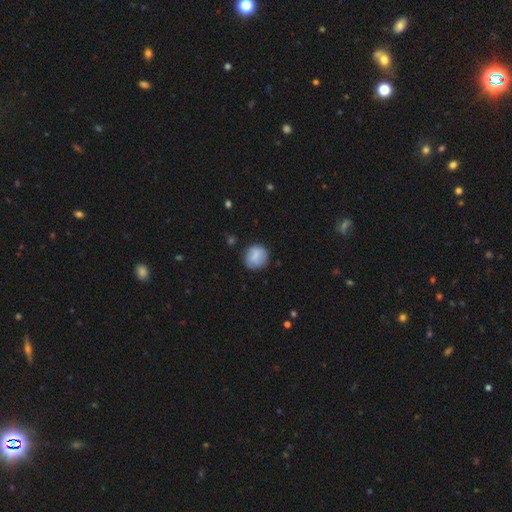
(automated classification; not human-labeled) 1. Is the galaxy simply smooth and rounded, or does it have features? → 80% smooth, 13% featured or disk, 7% star or artifact.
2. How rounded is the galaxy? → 84% round, 14% in between, 1% cigar-shaped.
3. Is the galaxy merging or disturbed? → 80% none, 14% minor disturbance, 4% major disturbance, 2% merger.